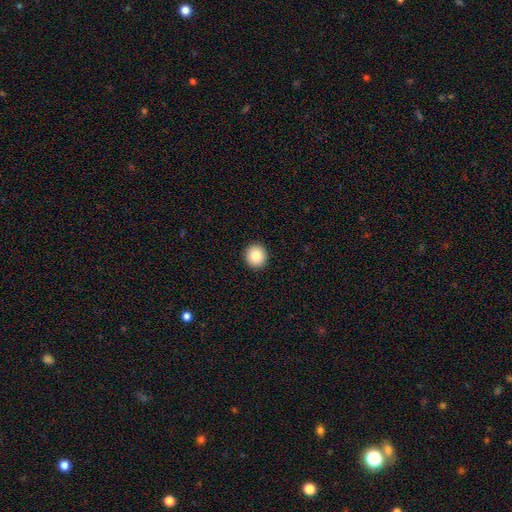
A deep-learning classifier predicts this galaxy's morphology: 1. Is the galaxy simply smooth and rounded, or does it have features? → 84% smooth, 9% star or artifact, 8% featured or disk.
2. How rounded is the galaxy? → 94% round, 5% in between, 1% cigar-shaped.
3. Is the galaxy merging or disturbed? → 94% none, 4% minor disturbance, 1% major disturbance, 1% merger.